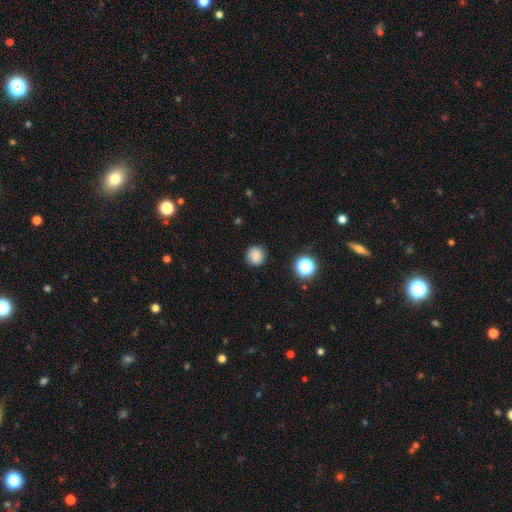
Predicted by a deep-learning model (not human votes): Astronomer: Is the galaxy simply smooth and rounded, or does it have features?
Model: smooth — 83%.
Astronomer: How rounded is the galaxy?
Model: round — 90%.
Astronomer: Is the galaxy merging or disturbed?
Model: none — 87%.